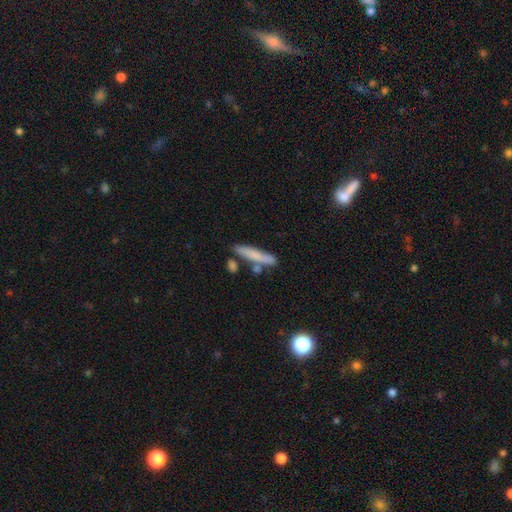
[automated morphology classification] type=smooth (71%); roundness=cigar-shaped (90%); merging=none (74%).